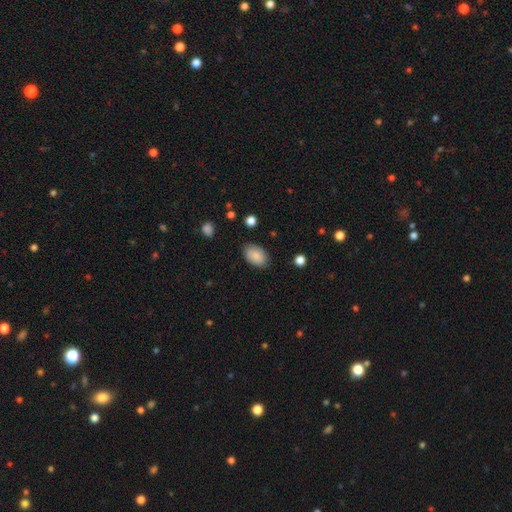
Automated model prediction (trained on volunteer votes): smooth 87%, star or artifact 7%, featured or disk 6%. Down the decision tree: how rounded — in between (91%); merging — none (84%).